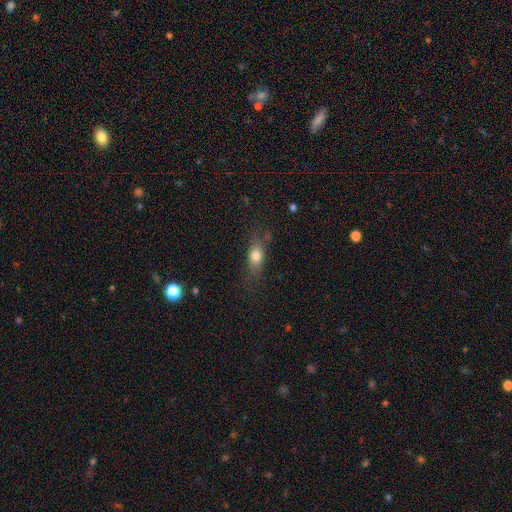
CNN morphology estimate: Smooth or featured?
  - smooth: 75% *
  - featured or disk: 15%
  - star or artifact: 10%
How rounded?
  - in between: 69% *
  - round: 16%
  - cigar-shaped: 15%
Merging?
  - none: 67% *
  - minor disturbance: 21%
  - major disturbance: 9%
  - merger: 2%